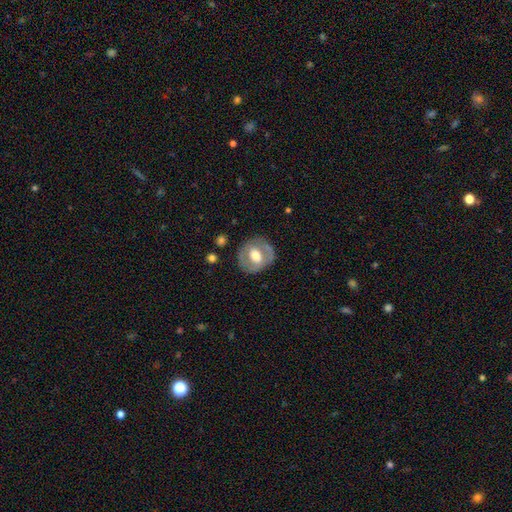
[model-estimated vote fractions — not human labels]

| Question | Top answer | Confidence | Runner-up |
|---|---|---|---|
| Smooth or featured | featured or disk | 56% | smooth (39%) |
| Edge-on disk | no | 95% | yes (5%) |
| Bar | no | 47% | weak (36%) |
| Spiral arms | no | 63% | yes (37%) |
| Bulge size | moderate | 59% | large (32%) |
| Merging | none | 79% | minor disturbance (14%) |